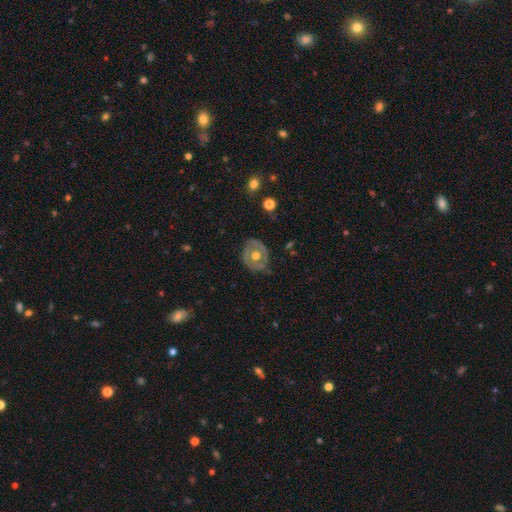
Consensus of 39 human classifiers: Smooth or featured: featured or disk — 69% (smooth — 31%)
Edge-on disk: no — 96% (yes — 4%)
Bar: no — 85% (weak — 12%)
Spiral arms: no — 54% (yes — 46%)
Bulge size: moderate — 65% (large — 27%)
Merging: none — 72% (minor disturbance — 21%)